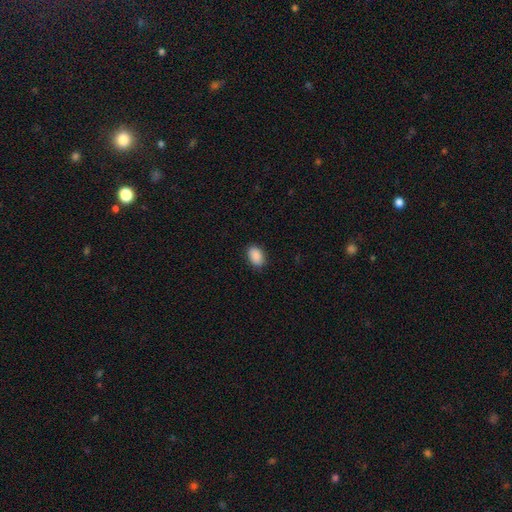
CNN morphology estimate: The model was most divided on "how rounded": in between: 87%, round: 12%, cigar-shaped: 1%. More confident: smooth or featured — smooth (90%); merging — none (87%).